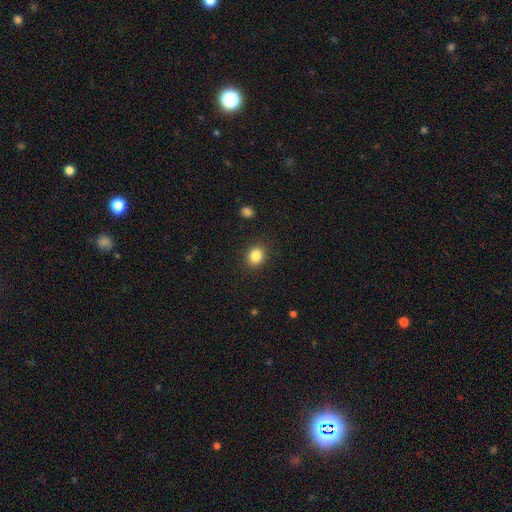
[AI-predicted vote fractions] Q: Smooth or featured?
A: smooth (85%); runner-up: star or artifact (10%)
Q: How rounded?
A: round (66%); runner-up: in between (33%)
Q: Merging?
A: none (89%); runner-up: minor disturbance (8%)